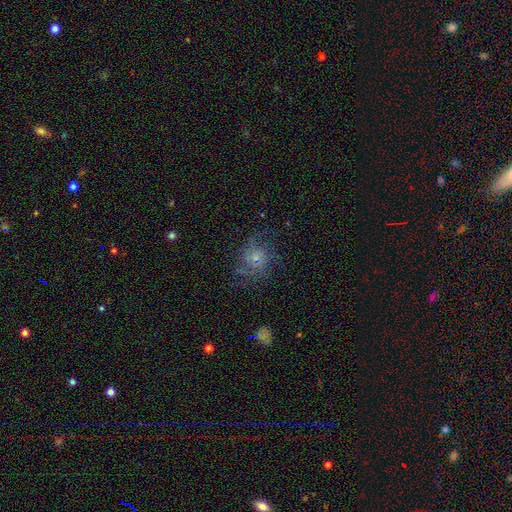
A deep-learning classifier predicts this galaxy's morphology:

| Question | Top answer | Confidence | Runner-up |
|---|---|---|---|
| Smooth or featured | featured or disk | 59% | smooth (26%) |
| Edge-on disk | no | 97% | yes (3%) |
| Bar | no | 73% | weak (23%) |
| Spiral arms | yes | 81% | no (19%) |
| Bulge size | small | 61% | moderate (25%) |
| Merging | none | 59% | major disturbance (20%) |